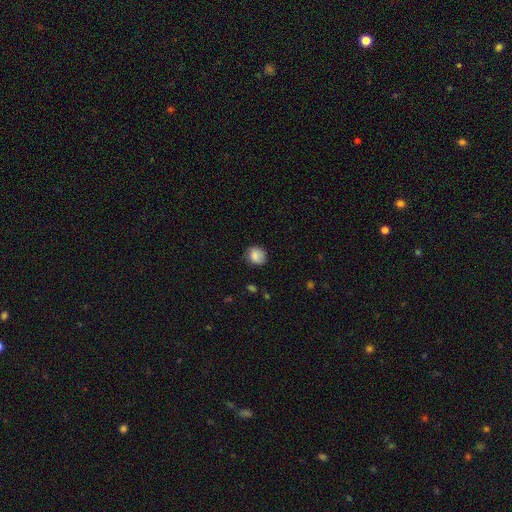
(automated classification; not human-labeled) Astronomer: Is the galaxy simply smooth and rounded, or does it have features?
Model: smooth — 85%.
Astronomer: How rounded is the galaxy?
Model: round — 69%.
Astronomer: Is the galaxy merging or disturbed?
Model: none — 77%.